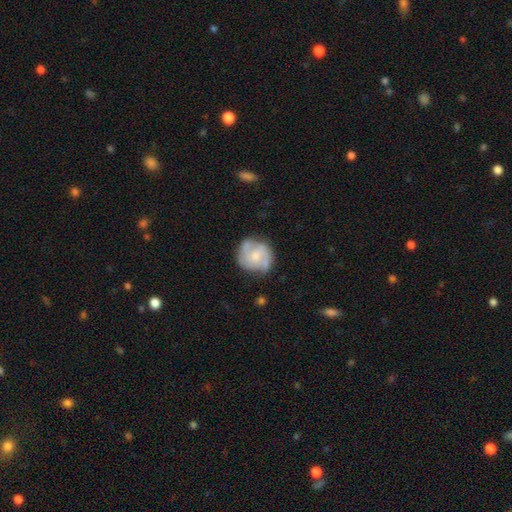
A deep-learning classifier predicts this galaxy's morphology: The model was most divided on "bulge size": small: 48%, moderate: 43%, none: 5%, large: 3%, dominant: 1%. More confident: edge-on disk — no (98%); spiral arms — yes (82%); merging — none (67%); bar — no (67%); smooth or featured — featured or disk (60%).